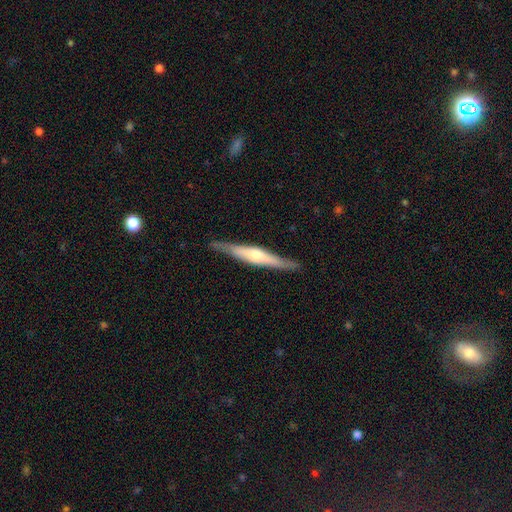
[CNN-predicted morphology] type=featured or disk (67%); edge-on=yes (96%); edge-on bulge=rounded (76%); merging=none (87%).